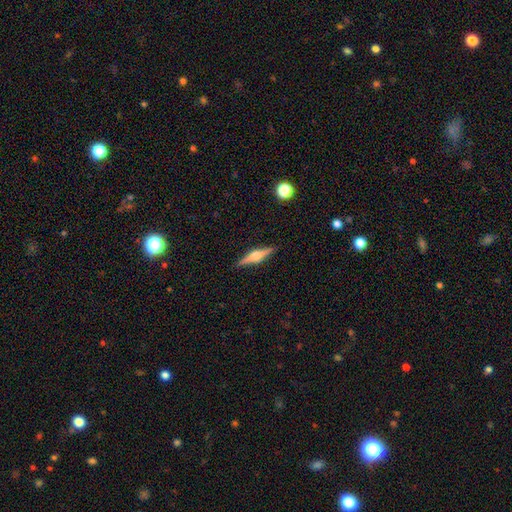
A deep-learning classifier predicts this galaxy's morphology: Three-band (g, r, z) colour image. It shows a featured or disk galaxy (71%) viewed edge-on (98%) with a rounded central bulge (85%). Merging: none (90%).